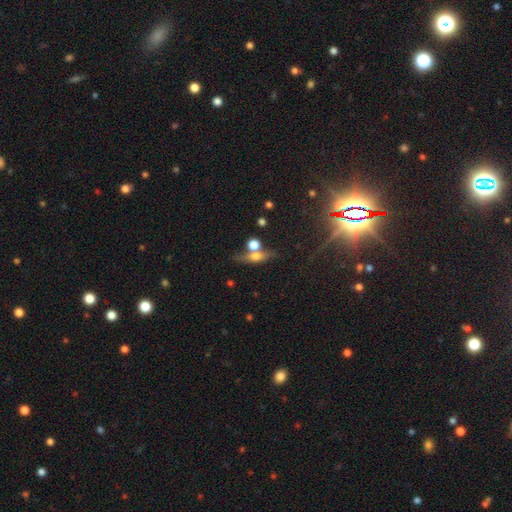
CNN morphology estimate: Smooth or featured?
  - smooth: 45% *
  - featured or disk: 43%
  - star or artifact: 12%
Merging?
  - none: 59% *
  - merger: 23%
  - minor disturbance: 12%
  - major disturbance: 6%